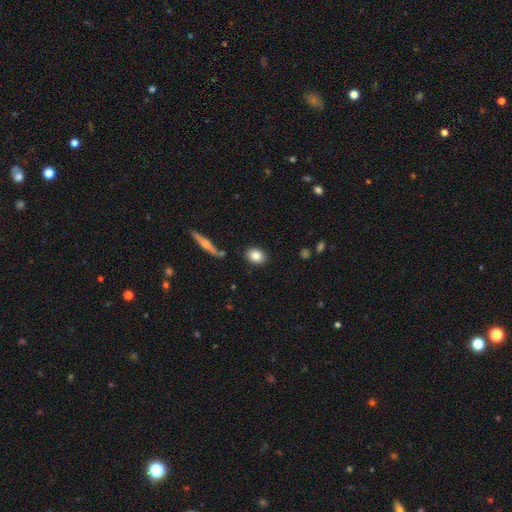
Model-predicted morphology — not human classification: type=smooth (82%); roundness=in between (69%); merging=none (87%).